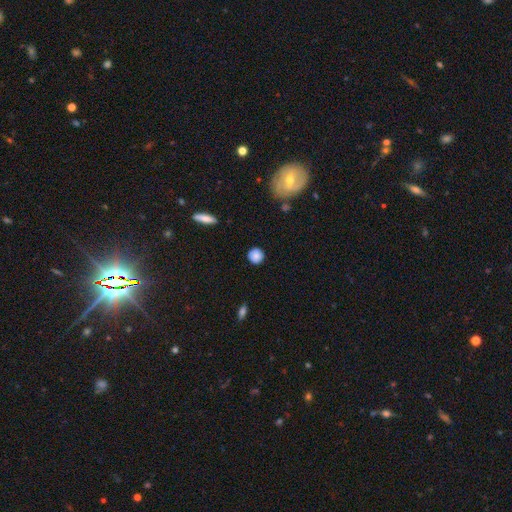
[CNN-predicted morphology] This appears to be a smooth galaxy with no disk features (84%) that is round (91%). Merging: none (86%).